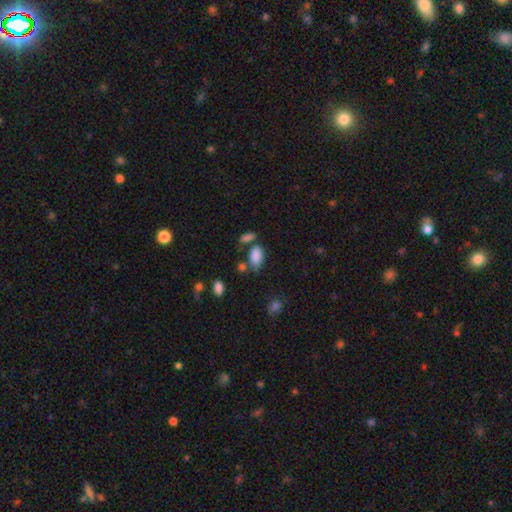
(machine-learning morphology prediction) This is clearly a smooth galaxy (86%). How rounded: clearly in between (92%). Merging: possibly none (56%).